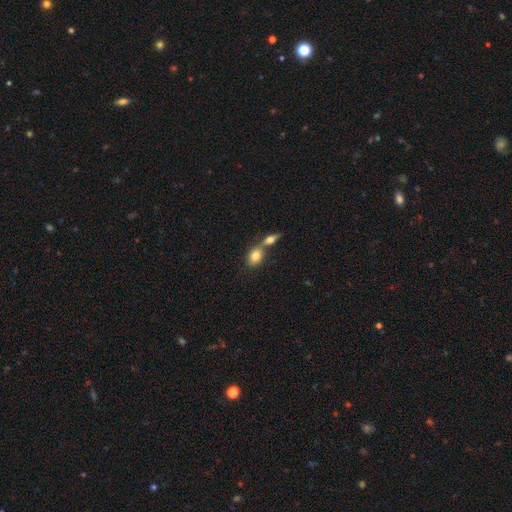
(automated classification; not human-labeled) This is likely a smooth galaxy (77%). How rounded: likely in between (71%). Merging: possibly merger (49%).